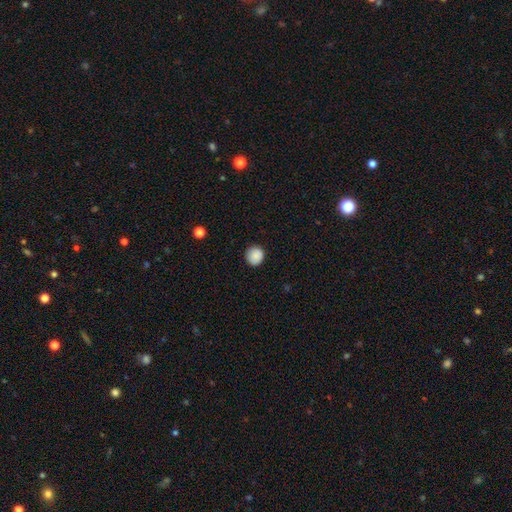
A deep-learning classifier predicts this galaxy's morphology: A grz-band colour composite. It shows a smooth galaxy with no disk features (88%) that is round (93%). Merging: none (89%).